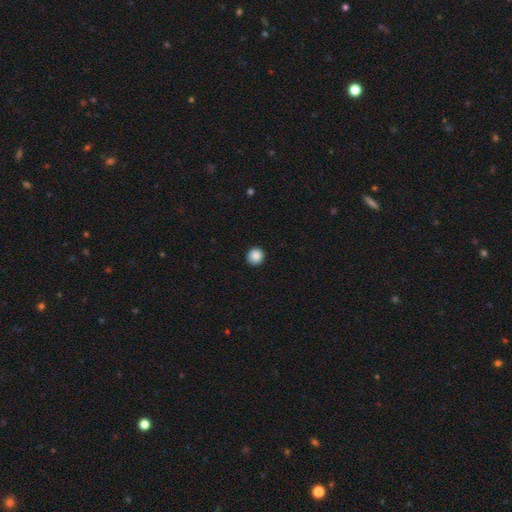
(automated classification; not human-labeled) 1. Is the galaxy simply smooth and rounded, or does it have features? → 88% smooth, 9% star or artifact, 3% featured or disk.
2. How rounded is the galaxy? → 94% round, 5% in between, 1% cigar-shaped.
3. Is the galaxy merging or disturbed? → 91% none, 6% minor disturbance, 2% major disturbance, 1% merger.